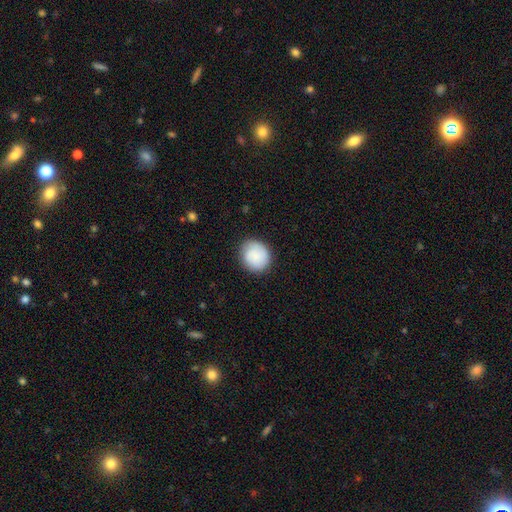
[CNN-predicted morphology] Smooth or featured? smooth (84%)
How rounded? round (82%)
Merging? none (83%)